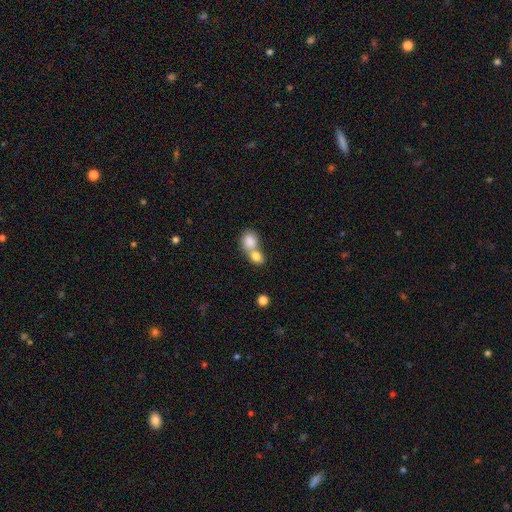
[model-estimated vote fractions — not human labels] smooth_or_featured: smooth (p=0.81) [alt: featured or disk p=0.10]
how_rounded: round (p=0.57) [alt: in between p=0.41]
merging: merger (p=0.68) [alt: none p=0.23]